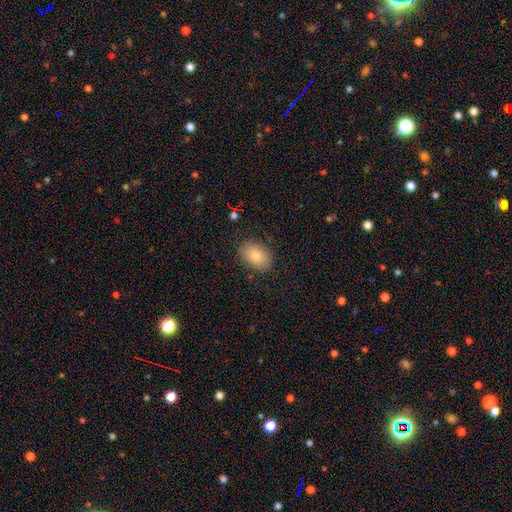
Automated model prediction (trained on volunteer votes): smooth 81%, featured or disk 10%, star or artifact 8%. Down the decision tree: how rounded — in between (80%); merging — none (86%).